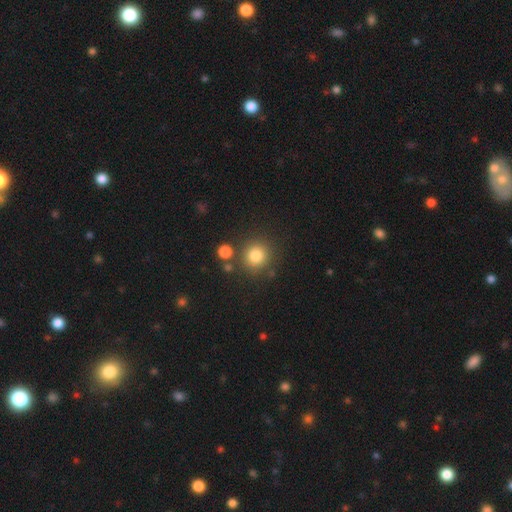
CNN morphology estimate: Smooth or featured? Predicted: smooth (p=0.81). How rounded? Predicted: round (p=0.91). Merging? Predicted: none (p=0.81).